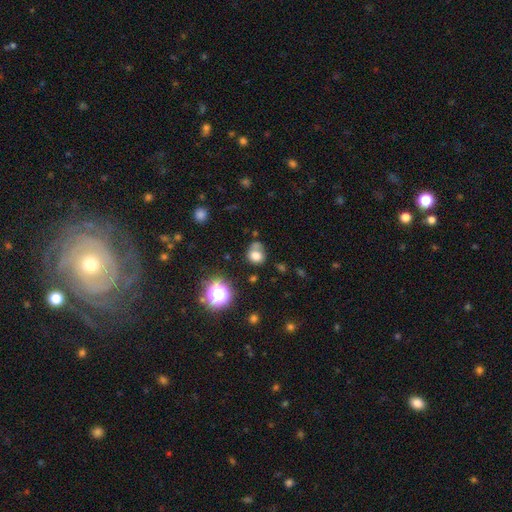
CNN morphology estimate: smooth-or-featured: smooth: 73% | star or artifact: 16% | featured or disk: 11%
  how-rounded: round: 67% | in between: 32% | cigar-shaped: 1%
  merging: none: 51% | minor disturbance: 23% | merger: 14% | major disturbance: 13%